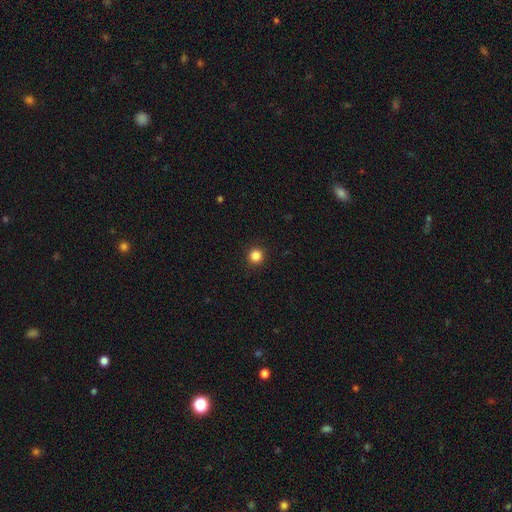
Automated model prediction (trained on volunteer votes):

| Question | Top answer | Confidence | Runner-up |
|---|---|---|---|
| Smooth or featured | smooth | 85% | star or artifact (12%) |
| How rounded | round | 95% | in between (4%) |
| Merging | none | 93% | minor disturbance (5%) |